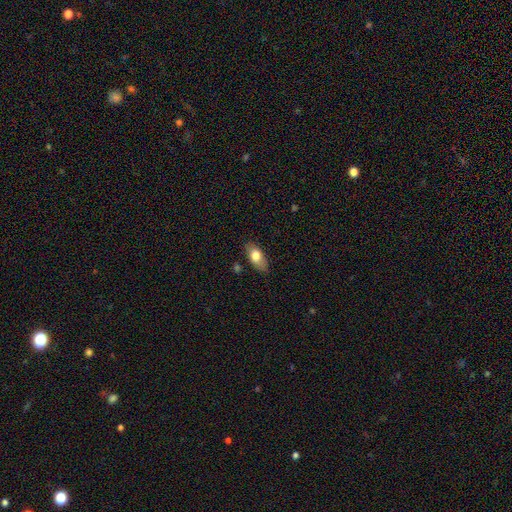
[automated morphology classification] smooth 76%, featured or disk 17%, star or artifact 7%. Down the decision tree: how rounded — in between (87%); merging — none (78%).